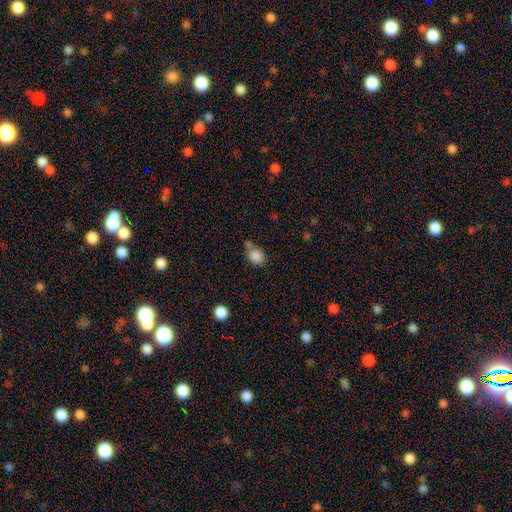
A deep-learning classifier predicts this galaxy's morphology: A smooth galaxy with no disk features (85%) that is round (52%).

Vote fractions:
- Smooth or featured? smooth: 85% / star or artifact: 10% / featured or disk: 6%
- How rounded? round: 52% / in between: 47% / cigar-shaped: 1%
- Merging? none: 49% / merger: 26% / minor disturbance: 19% / major disturbance: 6%